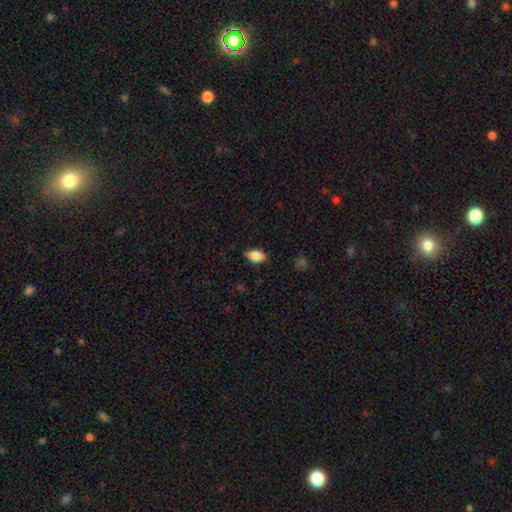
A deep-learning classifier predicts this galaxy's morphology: smooth 83%, featured or disk 9%, star or artifact 8%. Down the decision tree: how rounded — in between (89%); merging — none (84%).